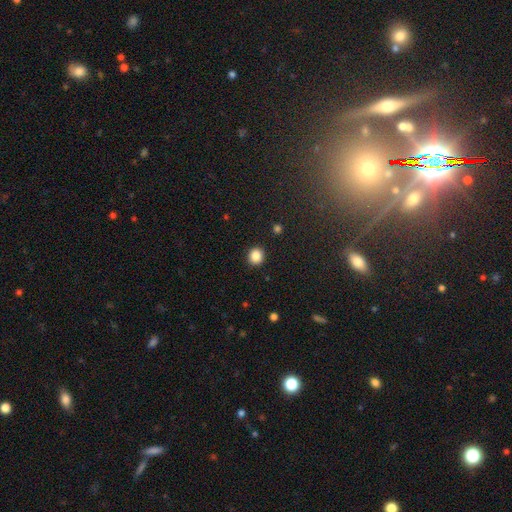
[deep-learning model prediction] smooth 86%, star or artifact 10%, featured or disk 4%. Down the decision tree: how rounded — round (88%); merging — none (92%).